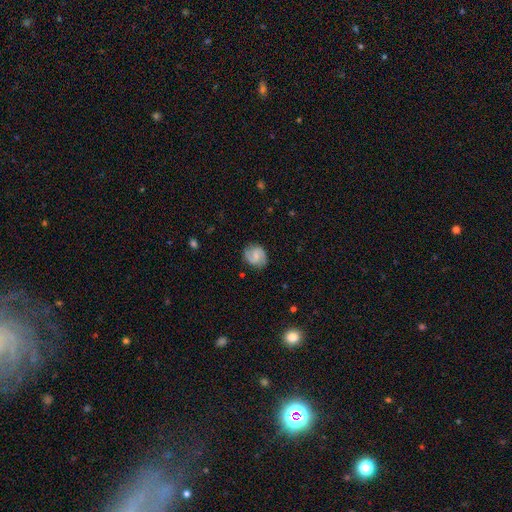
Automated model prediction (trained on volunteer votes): Smooth or featured: featured or disk — 61% (smooth — 32%)
Edge-on disk: no — 98% (yes — 2%)
Bar: weak — 52% (no — 32%)
Spiral arms: yes — 92% (no — 8%)
Spiral winding: medium — 48% (tight — 28%)
Spiral arm count: 2 — 87% (can't tell — 7%)
Bulge size: small — 46% (moderate — 30%)
Merging: none — 80% (minor disturbance — 14%)